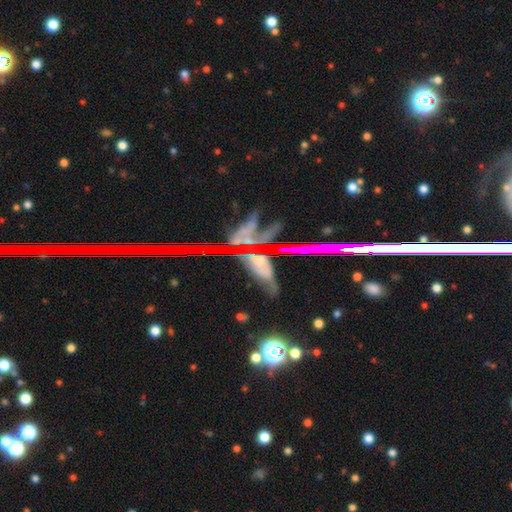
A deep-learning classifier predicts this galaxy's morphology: A star or artifact, not a galaxy (41%).